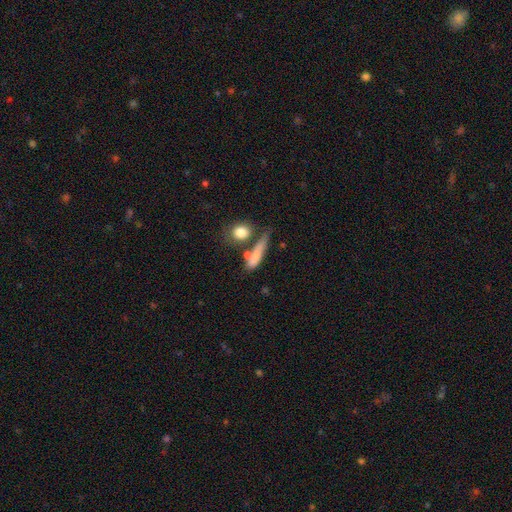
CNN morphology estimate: Overall: smooth (70%). How rounded: cigar-shaped (56%; in between 32%). Merging: none (43%; merger 22%).